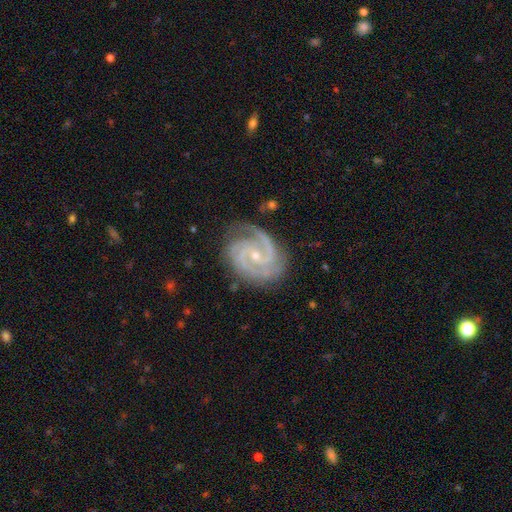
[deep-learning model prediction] A featured or disk galaxy (93%) with no bar (51%), 2 (61%) tight (56%) spiral arms (99%) and a small central bulge (70%). Merging: none (77%).